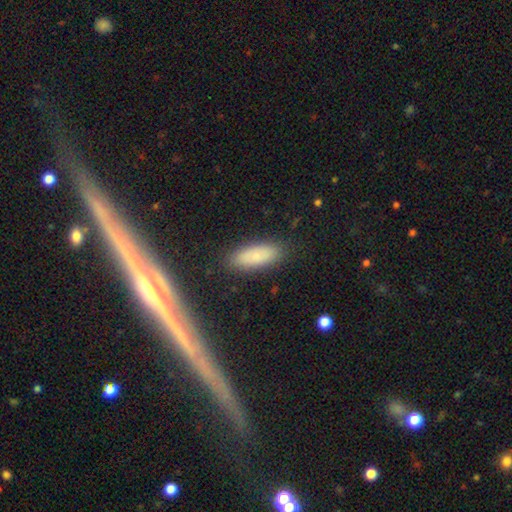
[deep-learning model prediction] smooth_or_featured: smooth (p=0.80) [alt: featured or disk p=0.11]
how_rounded: in between (p=0.70) [alt: cigar-shaped p=0.28]
merging: none (p=0.86) [alt: minor disturbance p=0.10]